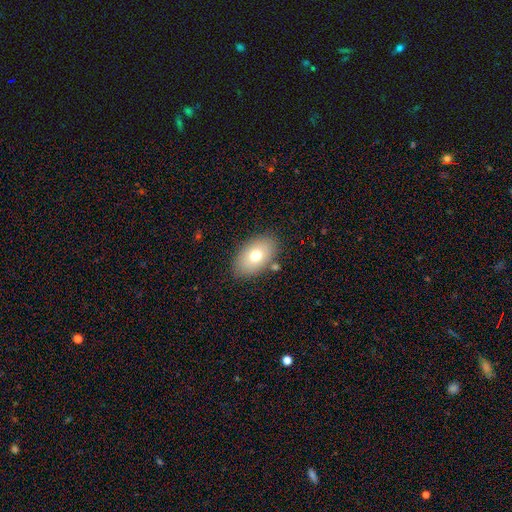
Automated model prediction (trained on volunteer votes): Smooth or featured? smooth (72%)
How rounded? in between (90%)
Merging? none (84%)